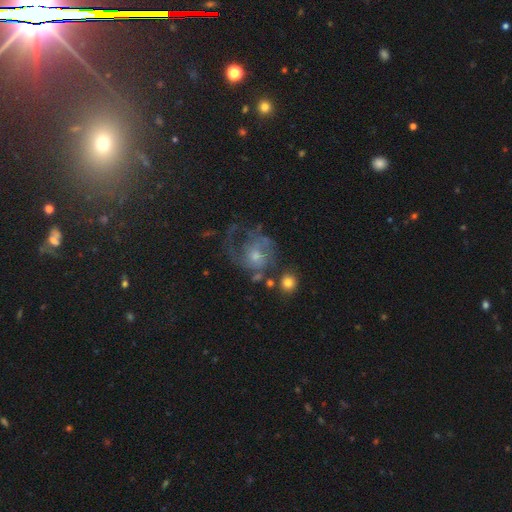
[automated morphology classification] The model was most divided on "spiral arm count": 2: 30%, can't tell: 29%, 1: 22%, 3: 11%, 4: 4%, more than 4: 4%. Remaining: edge-on disk — no (97%); spiral arms — yes (85%); bar — no (75%); smooth or featured — featured or disk (71%); bulge size — moderate (46%); spiral winding — medium (42%); merging — none (41%).